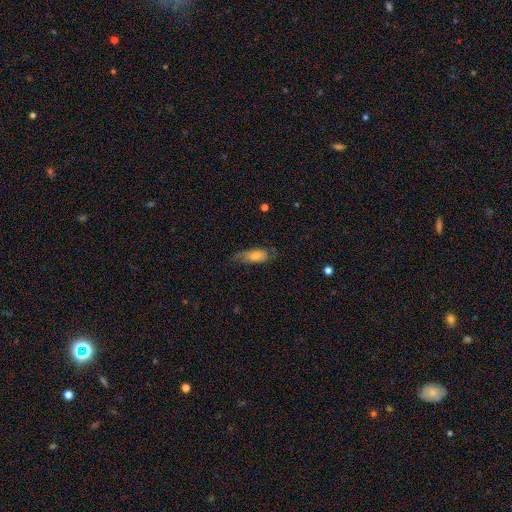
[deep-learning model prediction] Smooth or featured?
  - smooth: 61% *
  - featured or disk: 31%
  - star or artifact: 8%
How rounded?
  - in between: 74% *
  - cigar-shaped: 23%
  - round: 3%
Merging?
  - none: 54% *
  - minor disturbance: 29%
  - major disturbance: 16%
  - merger: 2%